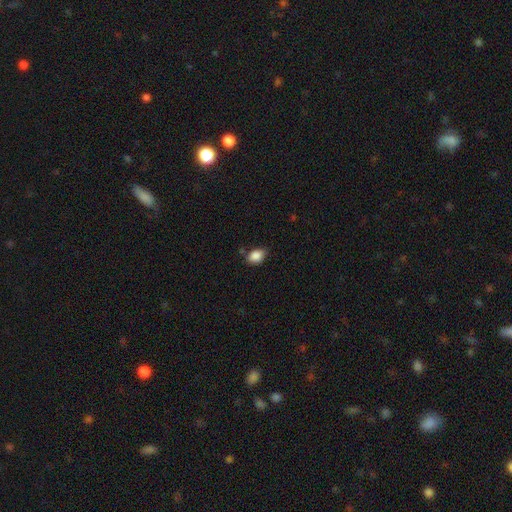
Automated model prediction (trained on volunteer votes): Smooth or featured? Predicted: smooth (p=0.87). How rounded? Predicted: in between (p=0.80). Merging? Predicted: none (p=0.71).